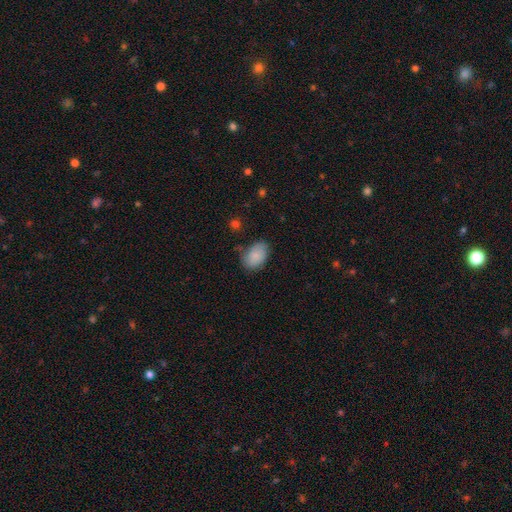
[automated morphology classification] Smooth or featured: smooth — 84% (featured or disk — 9%)
How rounded: in between — 88% (round — 11%)
Merging: none — 67% (minor disturbance — 25%)